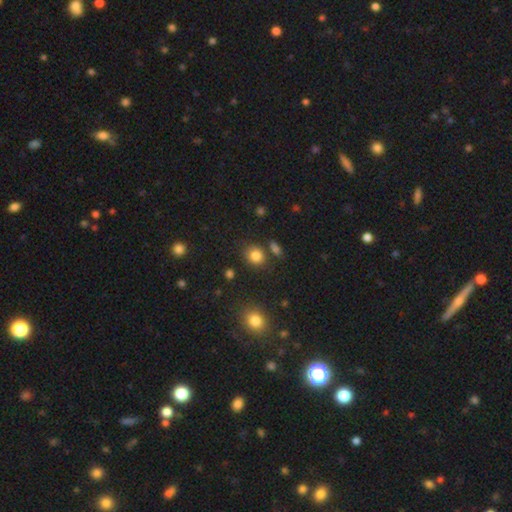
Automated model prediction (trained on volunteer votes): A smooth galaxy with no disk features (83%) that is round (71%). Merging: none (78%).